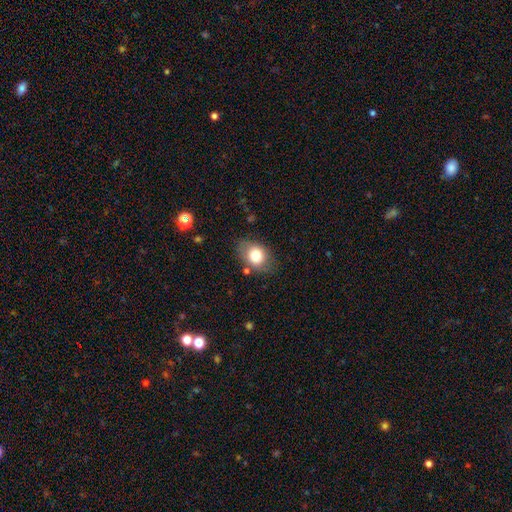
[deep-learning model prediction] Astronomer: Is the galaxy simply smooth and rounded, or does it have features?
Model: smooth — 76%.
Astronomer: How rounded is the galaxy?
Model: in between — 68%.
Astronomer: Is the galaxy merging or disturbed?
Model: none — 75%.